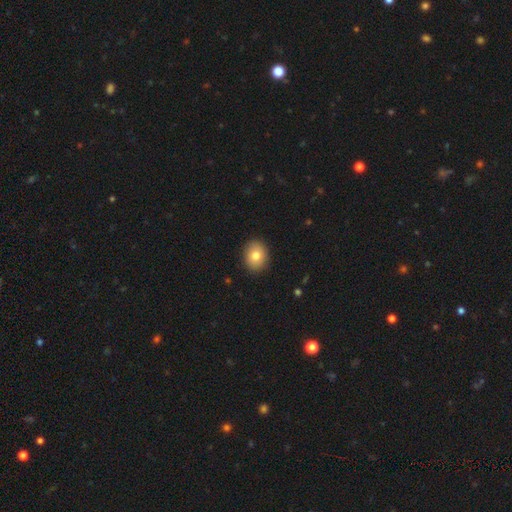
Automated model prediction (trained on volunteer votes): Q: Smooth or featured?
A: smooth (80%); runner-up: featured or disk (11%)
Q: How rounded?
A: round (57%); runner-up: in between (42%)
Q: Merging?
A: none (90%); runner-up: minor disturbance (7%)